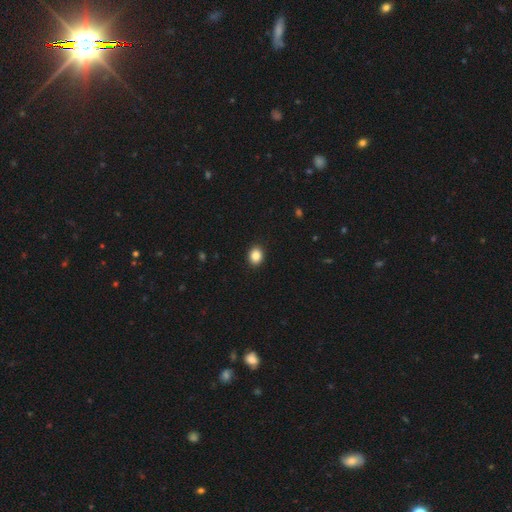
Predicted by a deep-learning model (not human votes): This appears to be a smooth galaxy with no disk features (87%) that is round (56%). Merging: none (92%).